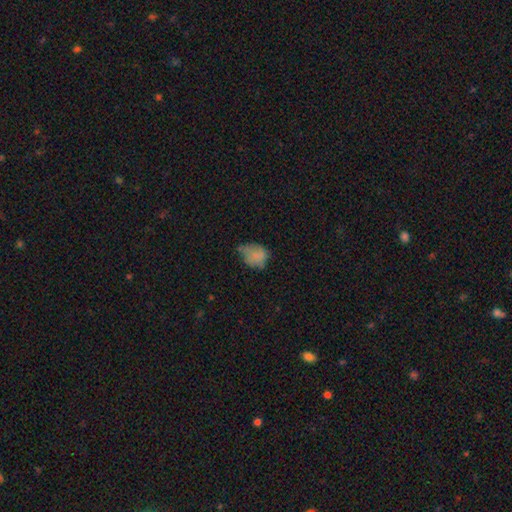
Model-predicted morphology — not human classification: The model was most divided on "merging": minor disturbance: 41%, none: 37%, major disturbance: 18%, merger: 4%. More confident: smooth or featured — smooth (74%); how rounded — in between (57%).